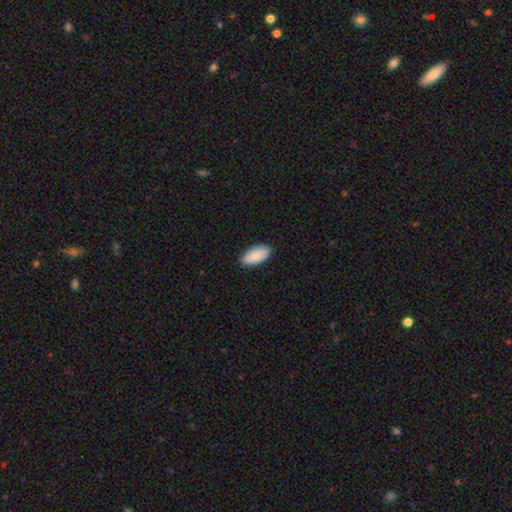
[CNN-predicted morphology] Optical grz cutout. It shows a smooth galaxy with no disk features (89%) that is in between round and cigar-shaped (90%). Merging: none (87%).